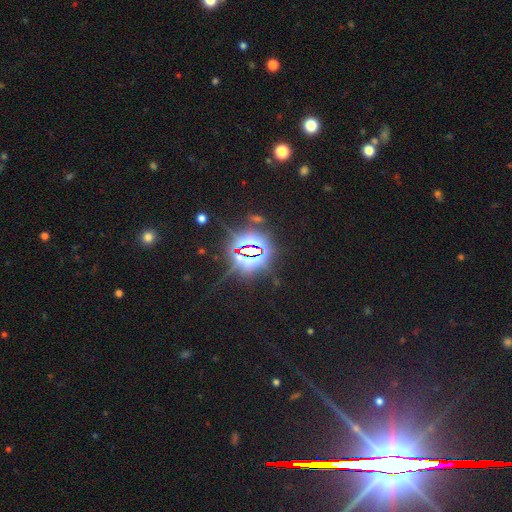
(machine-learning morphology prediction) This is clearly a star or artifact rather than a galaxy (84%).